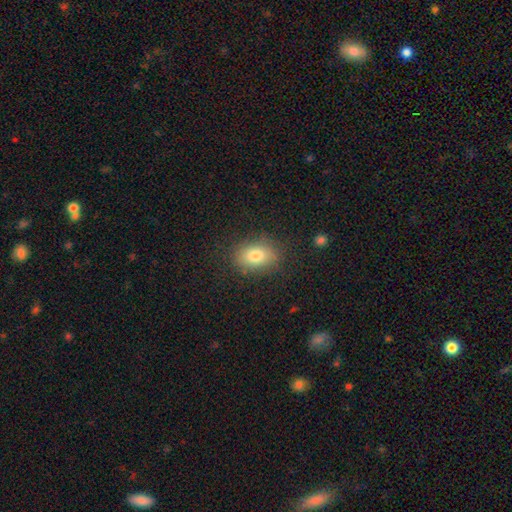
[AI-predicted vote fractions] A smooth galaxy with no disk features (80%) that is in between round and cigar-shaped (80%). Merging: none (80%).